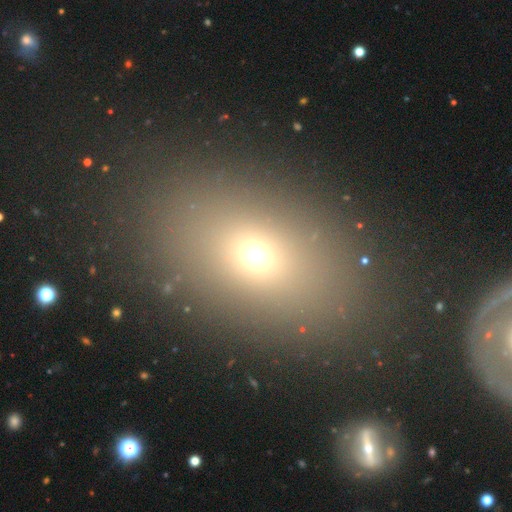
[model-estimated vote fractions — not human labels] Smooth or featured?
  - smooth: 57% *
  - star or artifact: 23%
  - featured or disk: 20%
How rounded?
  - in between: 71% *
  - round: 26%
  - cigar-shaped: 2%
Merging?
  - none: 81% *
  - minor disturbance: 9%
  - merger: 5%
  - major disturbance: 5%